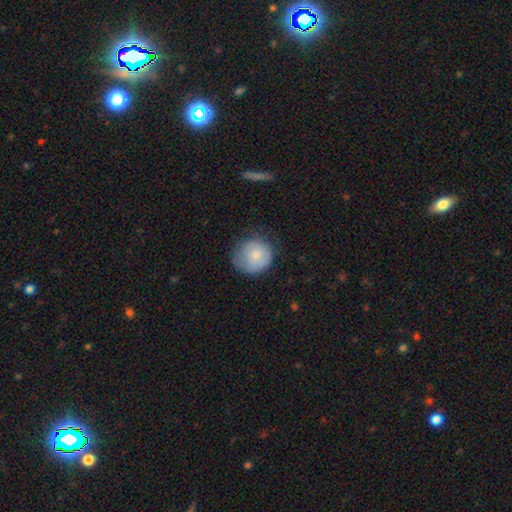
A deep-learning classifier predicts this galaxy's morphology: A smooth galaxy with no disk features (77%) that is round (85%). Merging: none (58%).